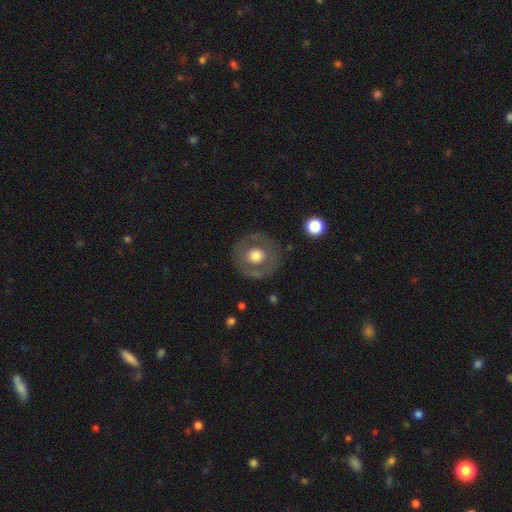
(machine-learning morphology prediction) Smooth or featured?
  - smooth: 51% *
  - featured or disk: 41%
  - star or artifact: 7%
How rounded?
  - round: 89% *
  - in between: 10%
  - cigar-shaped: 1%
Merging?
  - none: 81% *
  - minor disturbance: 11%
  - major disturbance: 7%
  - merger: 2%